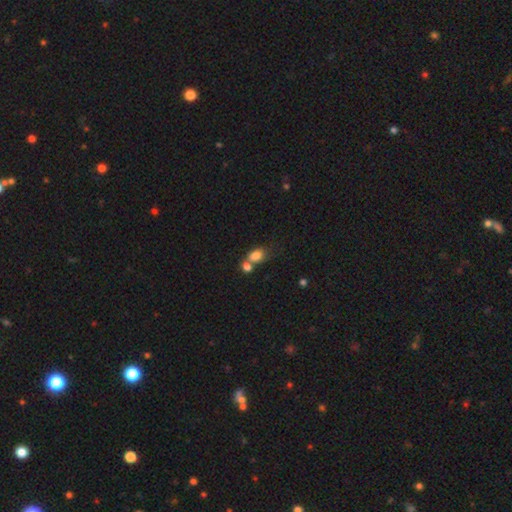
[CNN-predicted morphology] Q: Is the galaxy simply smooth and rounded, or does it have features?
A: smooth — 82%.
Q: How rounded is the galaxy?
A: in between — 74%.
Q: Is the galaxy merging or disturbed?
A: merger — 49%.